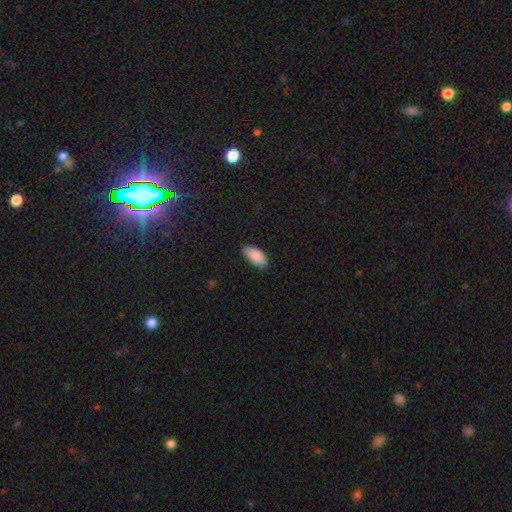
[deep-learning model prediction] Smooth or featured? Predicted: smooth (p=0.89). How rounded? Predicted: in between (p=0.92). Merging? Predicted: none (p=0.83).